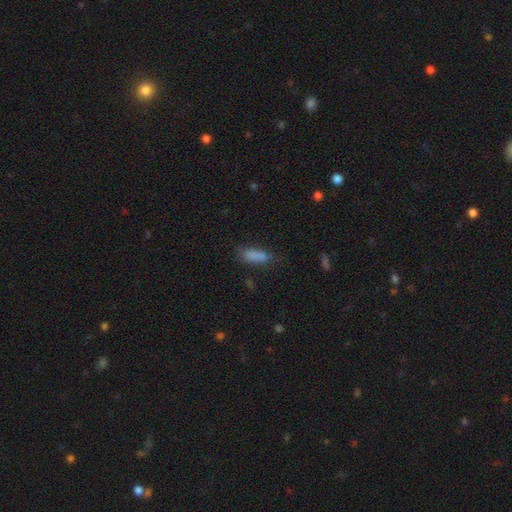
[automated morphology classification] type=smooth (83%); roundness=in between (65%); merging=none (64%).